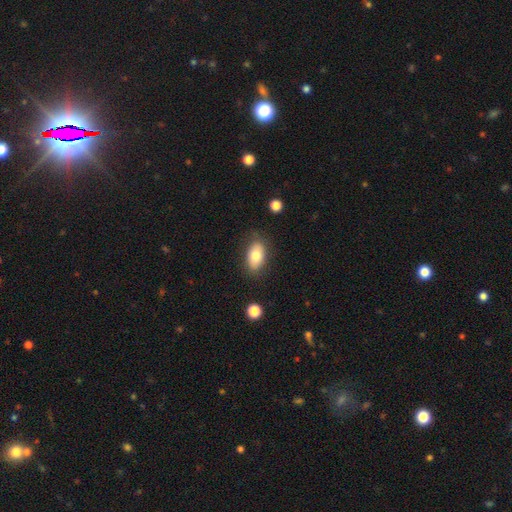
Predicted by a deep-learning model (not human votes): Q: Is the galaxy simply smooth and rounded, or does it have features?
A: smooth — 78%.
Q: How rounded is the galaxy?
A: in between — 91%.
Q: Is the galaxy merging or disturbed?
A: none — 82%.